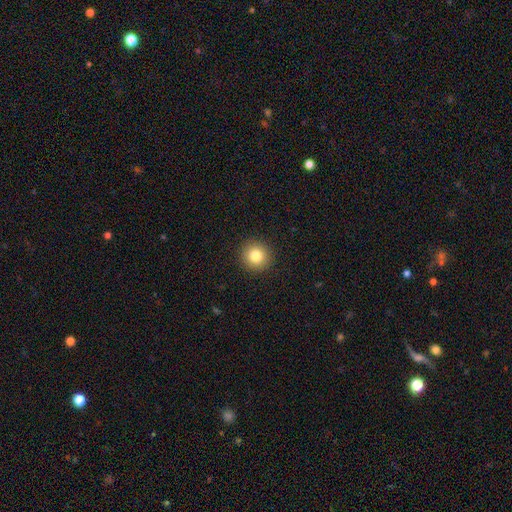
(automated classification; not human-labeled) This is clearly a smooth galaxy (82%). How rounded: clearly round (94%). Merging: clearly none (92%).